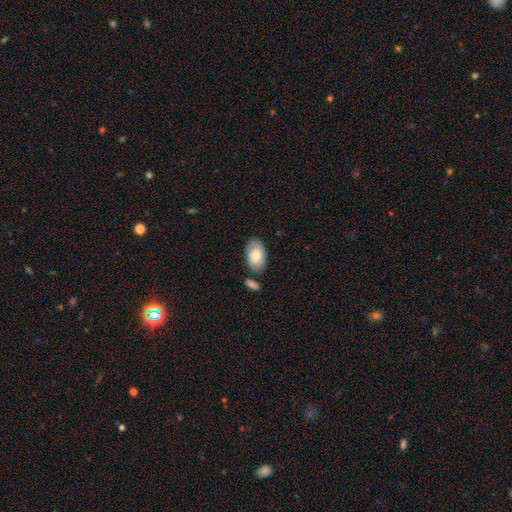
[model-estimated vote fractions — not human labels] This is likely a smooth galaxy (73%). How rounded: clearly in between (92%). Merging: likely none (73%).